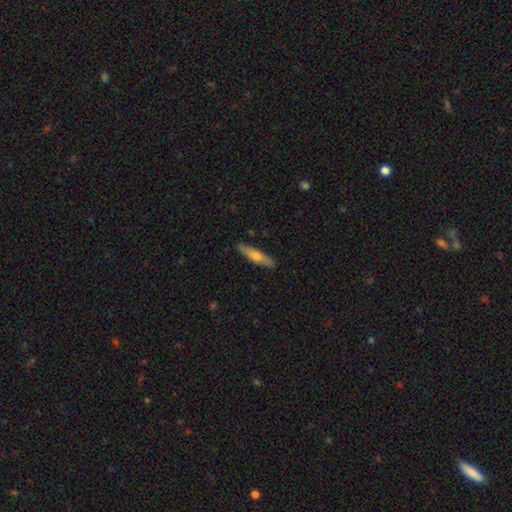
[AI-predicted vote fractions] A smooth galaxy with no disk features (60%) that is cigar-shaped (77%).

Vote fractions:
- Smooth or featured? smooth: 60% / featured or disk: 35% / star or artifact: 6%
- How rounded? cigar-shaped: 77% / in between: 21% / round: 2%
- Merging? none: 89% / minor disturbance: 8% / major disturbance: 2% / merger: 1%